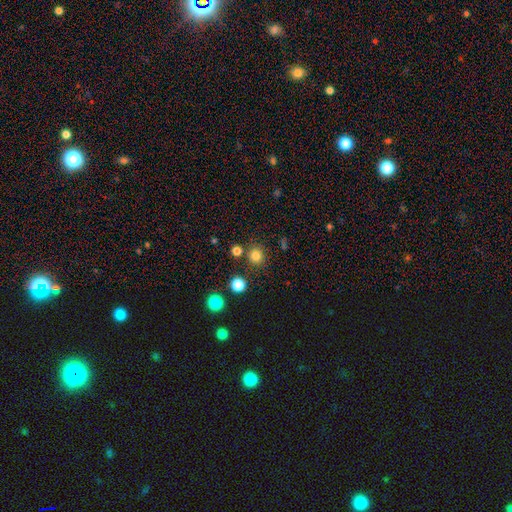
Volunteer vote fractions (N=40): Morphology: type=smooth (82%); roundness=round (91%); merging=none (89%).